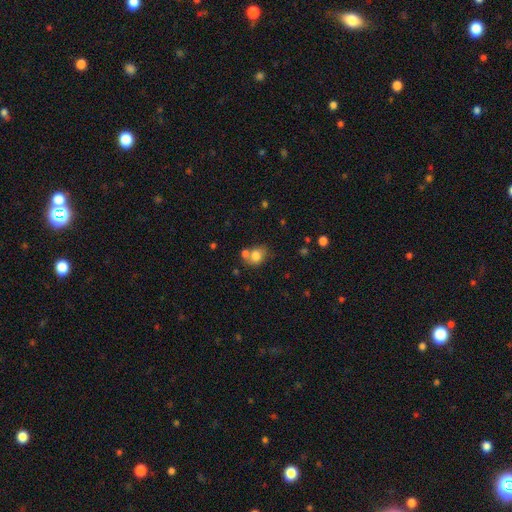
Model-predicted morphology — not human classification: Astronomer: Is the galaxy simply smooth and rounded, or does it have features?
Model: smooth — 79%.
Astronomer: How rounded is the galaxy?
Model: round — 58% (runner-up: in between, 41%).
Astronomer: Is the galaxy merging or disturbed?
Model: none — 50% (runner-up: merger, 31%).